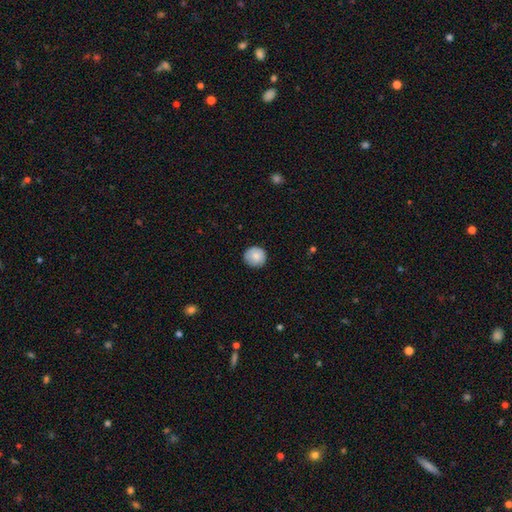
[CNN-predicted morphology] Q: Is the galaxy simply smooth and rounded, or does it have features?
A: smooth — 82%.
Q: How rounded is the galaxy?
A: round — 92%.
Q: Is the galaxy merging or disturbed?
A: none — 84%.